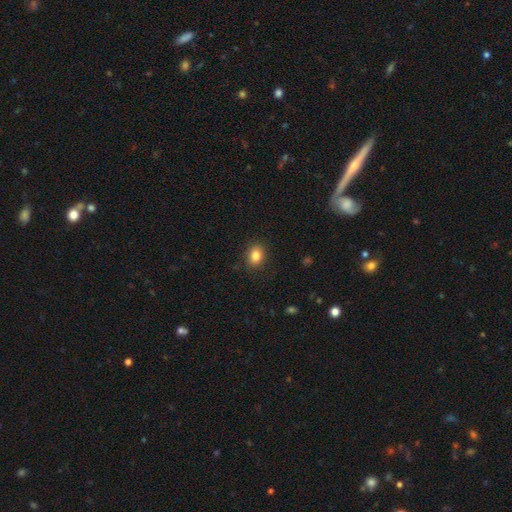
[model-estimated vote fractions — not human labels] Morphology: type=smooth (84%); roundness=in between (56%); merging=none (88%).